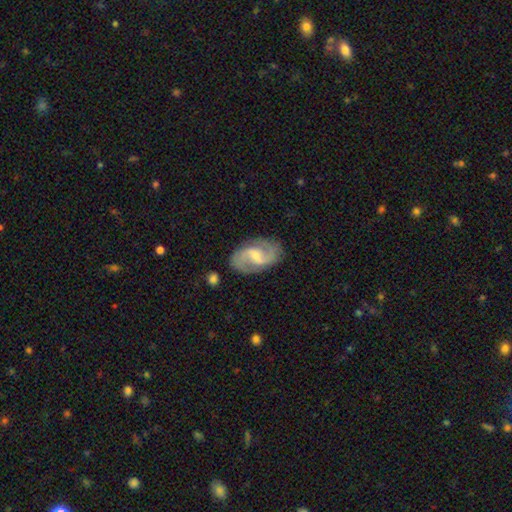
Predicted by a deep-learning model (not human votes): Smooth or featured: featured or disk — 82% (smooth — 13%)
Edge-on disk: no — 97% (yes — 3%)
Bar: weak — 59% (strong — 21%)
Spiral arms: yes — 95% (no — 5%)
Spiral winding: medium — 51% (loose — 33%)
Spiral arm count: 2 — 91% (can't tell — 4%)
Bulge size: small — 39% (moderate — 37%)
Merging: none — 81% (minor disturbance — 13%)